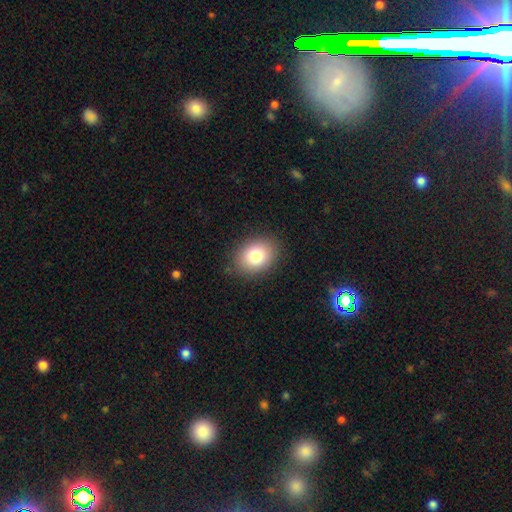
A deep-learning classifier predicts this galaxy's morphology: The model was most divided on "how rounded": in between: 59%, round: 40%, cigar-shaped: 1%. More confident: merging — none (86%); smooth or featured — smooth (82%).